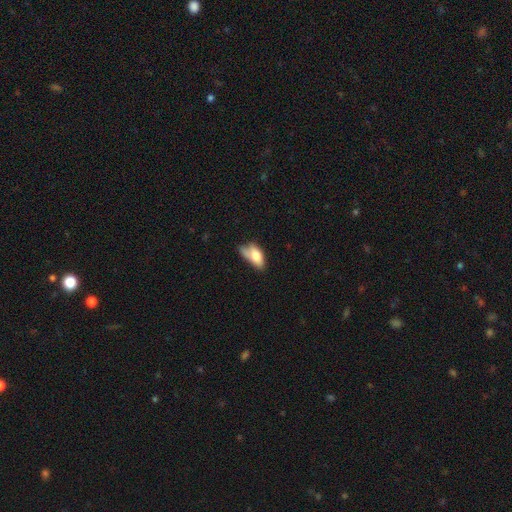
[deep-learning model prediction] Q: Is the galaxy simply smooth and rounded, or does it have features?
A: smooth — 72%.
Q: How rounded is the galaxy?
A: in between — 88%.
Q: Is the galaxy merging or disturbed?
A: minor disturbance — 37%.